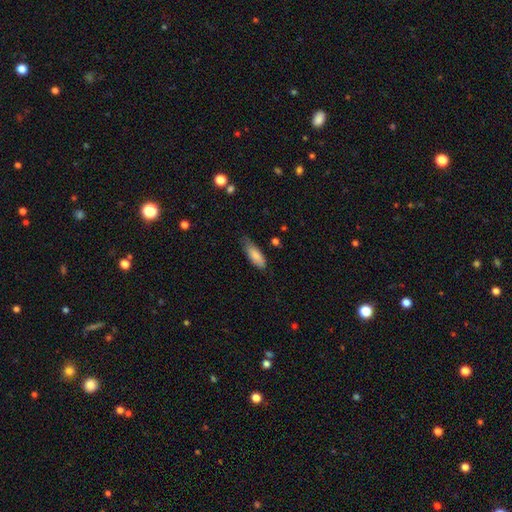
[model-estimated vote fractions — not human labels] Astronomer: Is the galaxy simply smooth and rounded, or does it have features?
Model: smooth — 81%.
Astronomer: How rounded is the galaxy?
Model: in between — 66%.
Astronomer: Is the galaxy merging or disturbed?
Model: none — 64%.